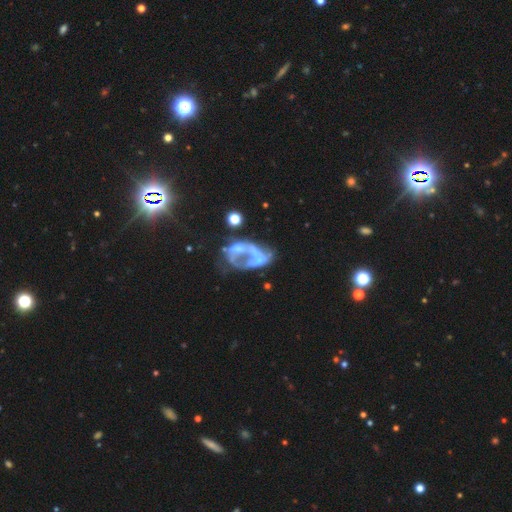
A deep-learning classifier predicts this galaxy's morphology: A featured or disk galaxy (64%) with no bar (86%), no spiral arms (86%) and no central bulge (60%).

Vote fractions:
- Smooth or featured? featured or disk: 64% / smooth: 20% / star or artifact: 16%
- Edge-on disk? no: 97% / yes: 3%
- Bar? no: 86% / weak: 10% / strong: 4%
- Spiral arms? no: 86% / yes: 14%
- Bulge size? none: 60% / moderate: 18% / small: 17% / large: 3% / dominant: 2%
- Merging? merger: 37% / major disturbance: 34% / none: 18% / minor disturbance: 10%